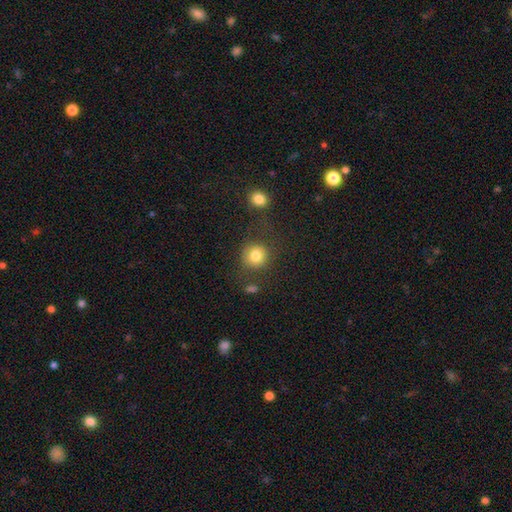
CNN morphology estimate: Smooth or featured?
  - smooth: 82% *
  - star or artifact: 11%
  - featured or disk: 7%
How rounded?
  - round: 89% *
  - in between: 10%
  - cigar-shaped: 1%
Merging?
  - none: 74% *
  - minor disturbance: 12%
  - merger: 8%
  - major disturbance: 6%